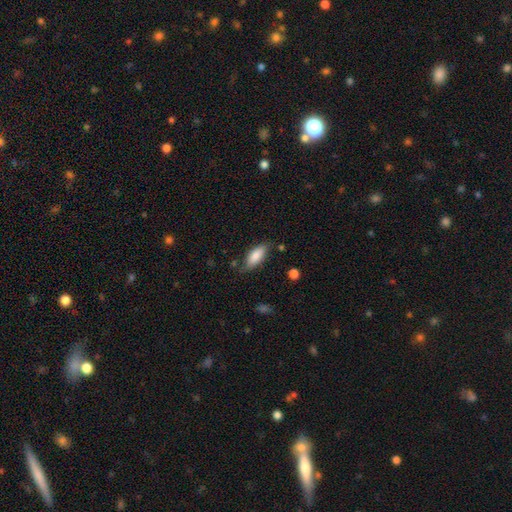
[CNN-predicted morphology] smooth 81%, featured or disk 12%, star or artifact 6%. Down the decision tree: how rounded — in between (80%); merging — none (68%).